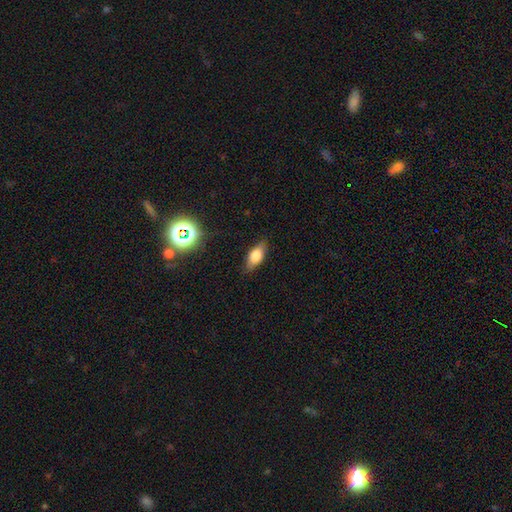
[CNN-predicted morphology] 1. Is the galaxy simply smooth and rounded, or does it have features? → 70% smooth, 20% featured or disk, 10% star or artifact.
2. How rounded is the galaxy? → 82% in between, 13% cigar-shaped, 5% round.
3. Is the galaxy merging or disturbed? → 82% none, 14% minor disturbance, 3% major disturbance, 1% merger.